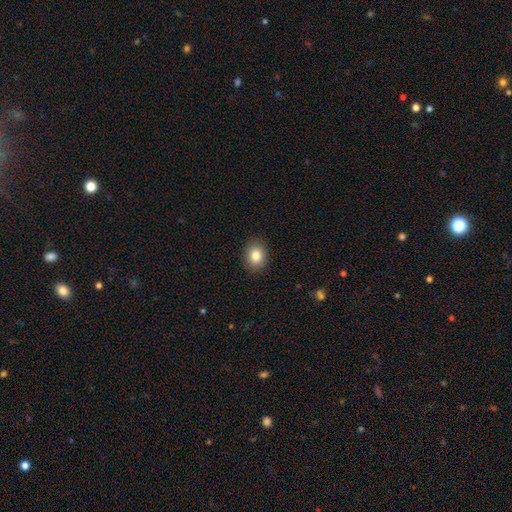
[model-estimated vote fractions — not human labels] A smooth galaxy with no disk features (84%) that is round (54%).

Vote fractions:
- Smooth or featured? smooth: 84% / star or artifact: 9% / featured or disk: 7%
- How rounded? round: 54% / in between: 45% / cigar-shaped: 1%
- Merging? none: 90% / minor disturbance: 7% / major disturbance: 2% / merger: 1%